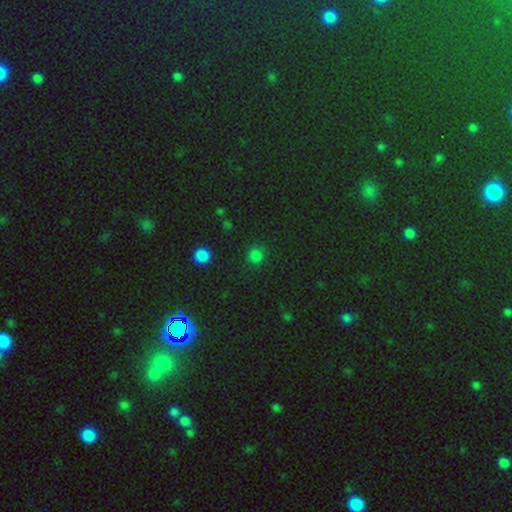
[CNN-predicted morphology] A smooth galaxy with no disk features (76%) that is round (90%).

Vote fractions:
- Smooth or featured? smooth: 76% / star or artifact: 20% / featured or disk: 4%
- How rounded? round: 90% / in between: 9% / cigar-shaped: 1%
- Merging? none: 86% / minor disturbance: 9% / major disturbance: 4% / merger: 2%